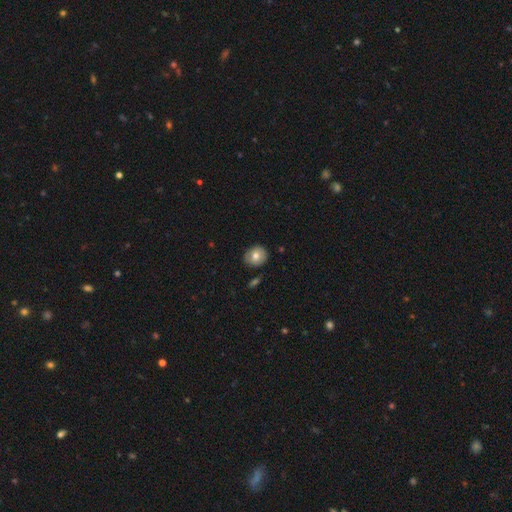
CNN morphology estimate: smooth_or_featured: smooth (p=0.71) [alt: featured or disk p=0.21]
how_rounded: round (p=0.72) [alt: in between p=0.27]
merging: none (p=0.82) [alt: minor disturbance p=0.13]